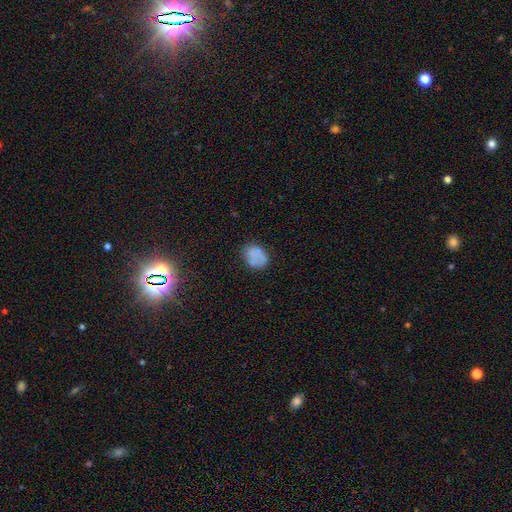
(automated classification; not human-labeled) Morphology: type=smooth (76%); roundness=in between (62%); merging=none (67%).